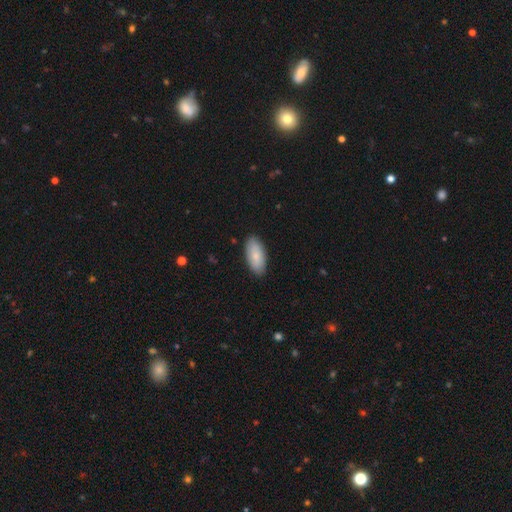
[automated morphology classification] smooth-or-featured: smooth: 82% | featured or disk: 12% | star or artifact: 5%
  how-rounded: in between: 91% | cigar-shaped: 7% | round: 2%
  merging: none: 87% | minor disturbance: 10% | major disturbance: 2% | merger: 1%